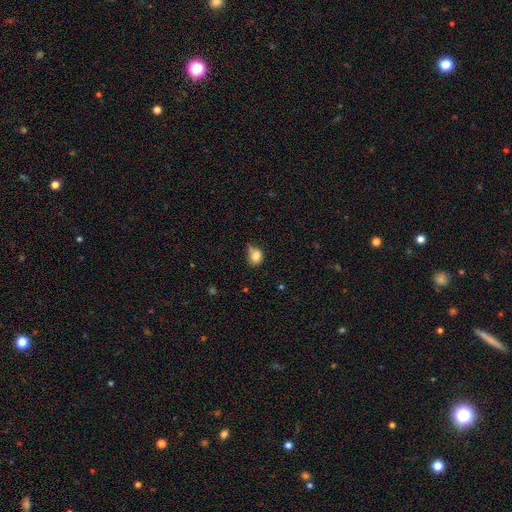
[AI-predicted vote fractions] This appears to be a smooth galaxy with no disk features (79%) that is round (59%). Merging: none (43%).